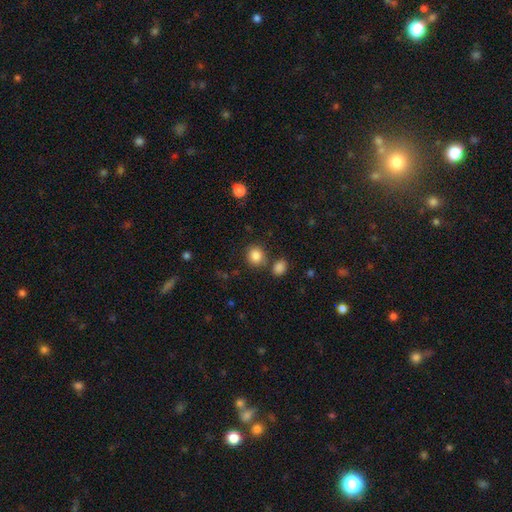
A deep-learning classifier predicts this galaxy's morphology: smooth 86%, star or artifact 10%, featured or disk 5%. Down the decision tree: how rounded — round (84%); merging — none (76%).